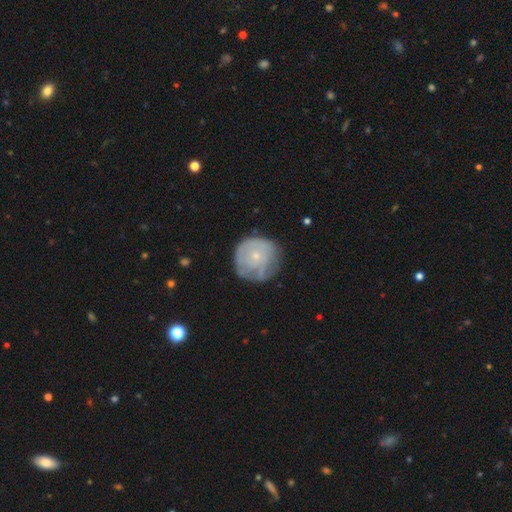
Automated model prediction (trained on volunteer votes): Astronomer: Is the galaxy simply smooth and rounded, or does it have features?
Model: featured or disk — 48% (runner-up: smooth, 45%).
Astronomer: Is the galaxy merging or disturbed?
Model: none — 60%.